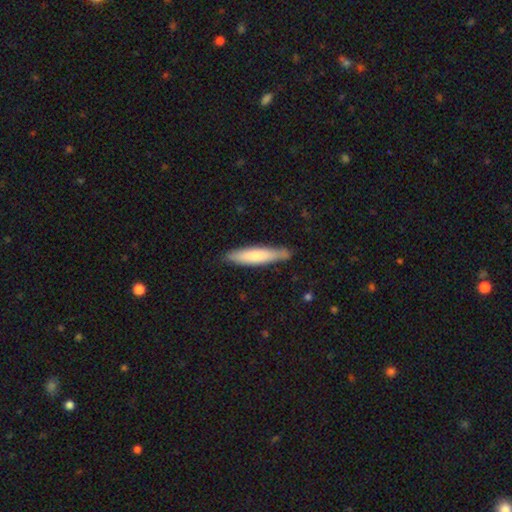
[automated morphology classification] This is likely a smooth galaxy (71%). How rounded: clearly cigar-shaped (84%). Merging: clearly none (83%).